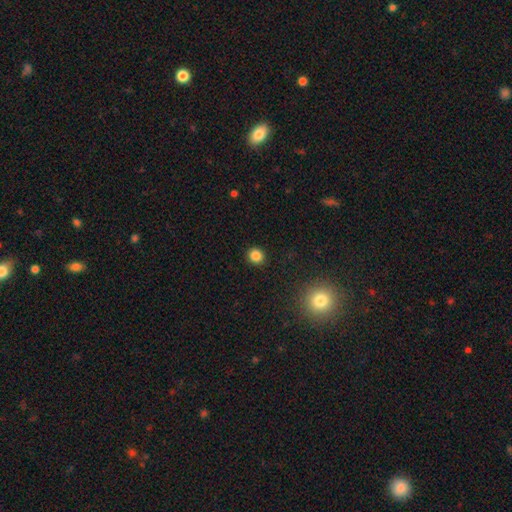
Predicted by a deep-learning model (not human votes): A smooth galaxy with no disk features (84%) that is round (89%). Merging: none (92%).